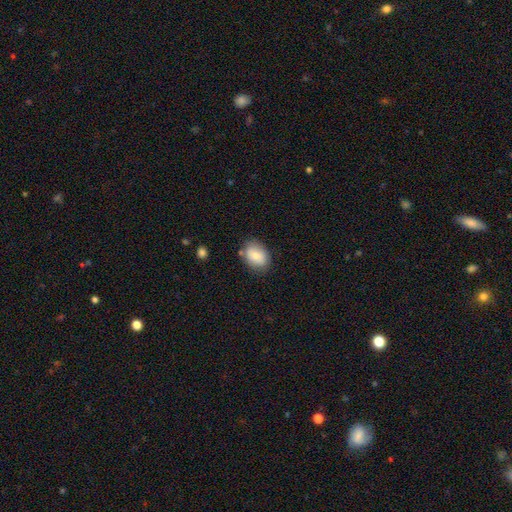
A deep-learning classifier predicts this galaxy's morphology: This is likely a smooth galaxy (78%). How rounded: likely in between (76%). Merging: likely none (74%).